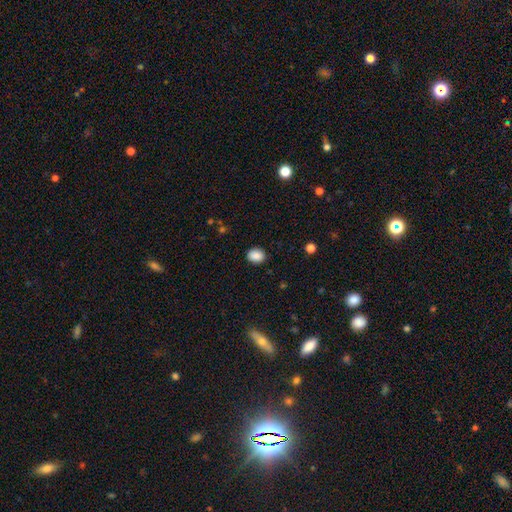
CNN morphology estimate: Overall: smooth (88%). How rounded: in between (50%; round 49%). Merging: none (88%).